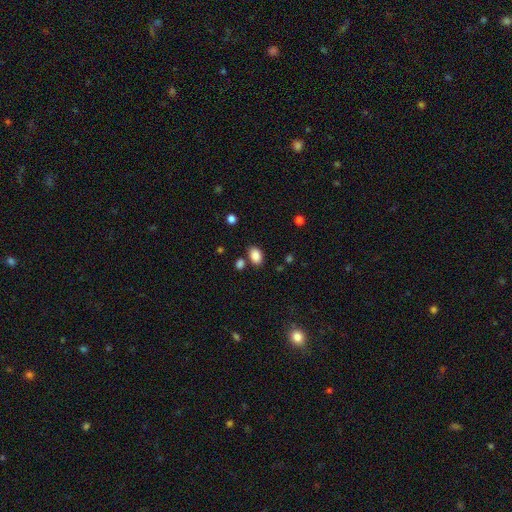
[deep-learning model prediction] A smooth galaxy with no disk features (86%) that is in between round and cigar-shaped (84%).

Vote fractions:
- Smooth or featured? smooth: 86% / star or artifact: 9% / featured or disk: 5%
- How rounded? in between: 84% / round: 14% / cigar-shaped: 1%
- Merging? none: 77% / minor disturbance: 12% / merger: 8% / major disturbance: 3%